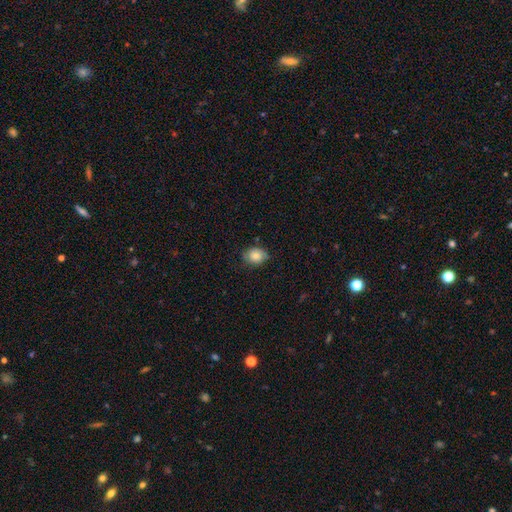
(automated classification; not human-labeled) Smooth or featured? Predicted: smooth (p=0.78). How rounded? Predicted: round (p=0.55). Merging? Predicted: none (p=0.70).